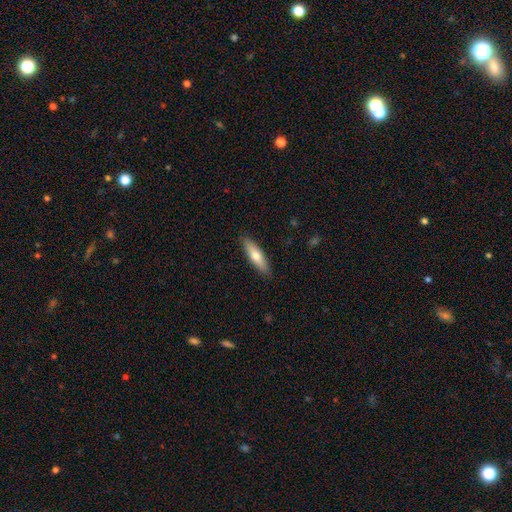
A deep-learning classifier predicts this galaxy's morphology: Smooth or featured? smooth (66%)
How rounded? cigar-shaped (66%)
Merging? none (89%)